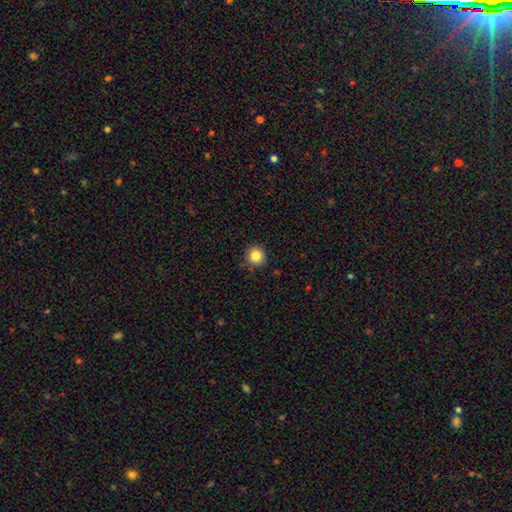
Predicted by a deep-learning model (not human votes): smooth 84%, star or artifact 11%, featured or disk 5%. Down the decision tree: how rounded — round (94%); merging — none (87%).